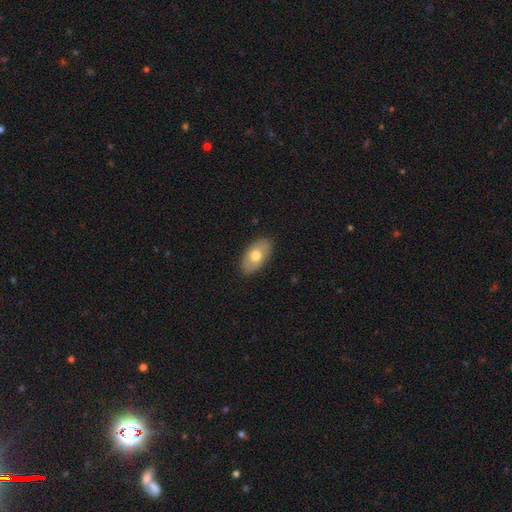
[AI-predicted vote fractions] Smooth or featured? Predicted: smooth (p=0.67). How rounded? Predicted: in between (p=0.93). Merging? Predicted: none (p=0.86).